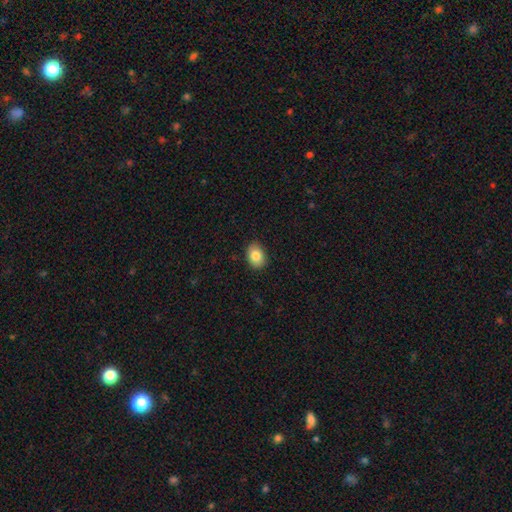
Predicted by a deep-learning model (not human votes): smooth-or-featured: smooth: 84% | star or artifact: 8% | featured or disk: 8%
  how-rounded: in between: 71% | round: 28% | cigar-shaped: 1%
  merging: none: 89% | minor disturbance: 9% | major disturbance: 2% | merger: 1%